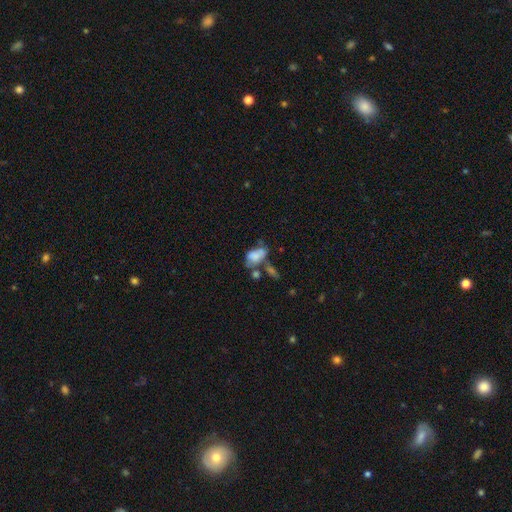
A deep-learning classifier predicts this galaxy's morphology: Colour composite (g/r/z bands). It shows a smooth galaxy with no disk features (65%) that is in between round and cigar-shaped (89%). Merging: merger (37%).